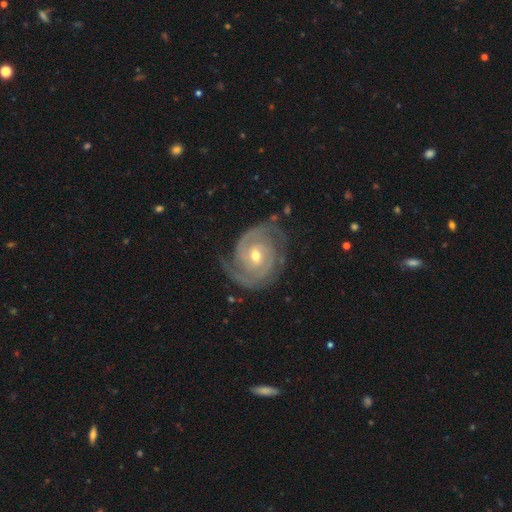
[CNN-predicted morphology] This appears to be a featured or disk galaxy (92%) with no bar (51%), 2 (76%) tight (69%) spiral arms (98%) and a moderate central bulge (55%). Merging: none (77%).